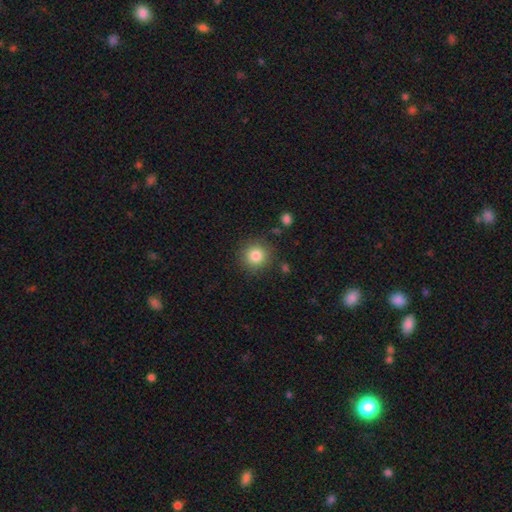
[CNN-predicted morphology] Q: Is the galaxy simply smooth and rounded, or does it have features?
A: smooth — 83%.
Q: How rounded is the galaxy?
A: round — 93%.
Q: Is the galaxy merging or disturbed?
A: none — 87%.